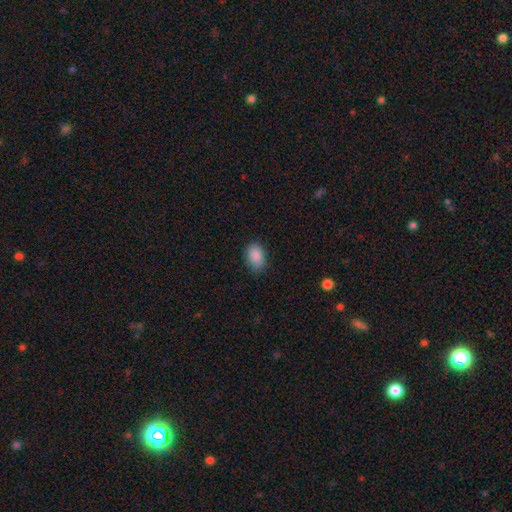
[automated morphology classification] This appears to be a smooth galaxy with no disk features (89%) that is in between round and cigar-shaped (88%). Merging: none (84%).